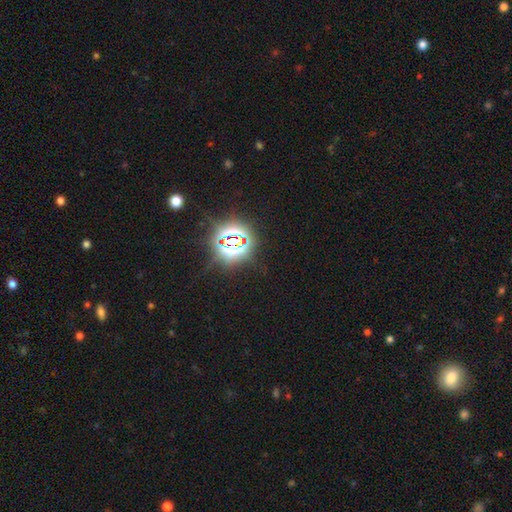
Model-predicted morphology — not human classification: Overall: star or artifact (84%).